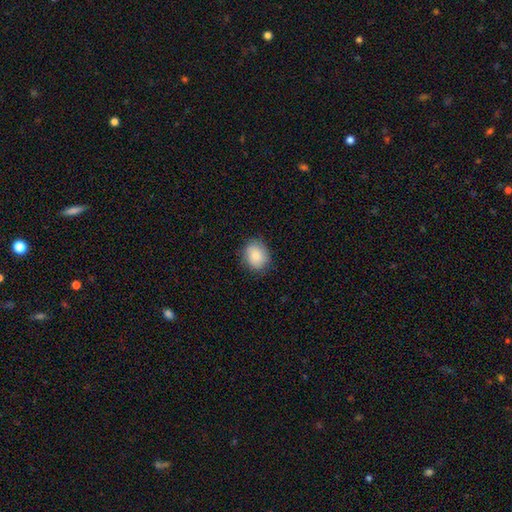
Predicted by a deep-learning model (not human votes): smooth_or_featured: smooth (p=0.81) [alt: featured or disk p=0.11]
how_rounded: round (p=0.59) [alt: in between p=0.40]
merging: none (p=0.83) [alt: minor disturbance p=0.13]